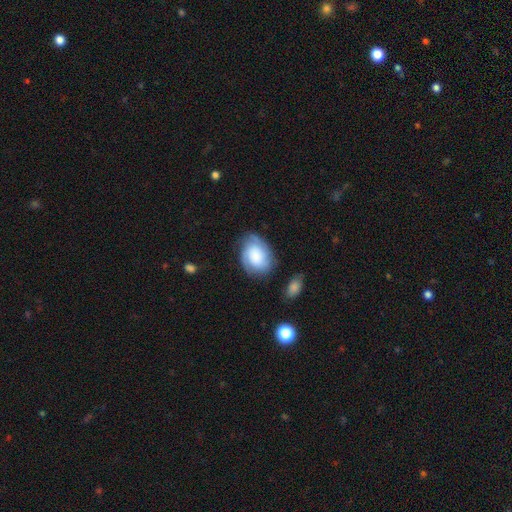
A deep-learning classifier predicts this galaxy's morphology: This appears to be a smooth galaxy with no disk features (51%) that is in between round and cigar-shaped (70%). Merging: none (66%).